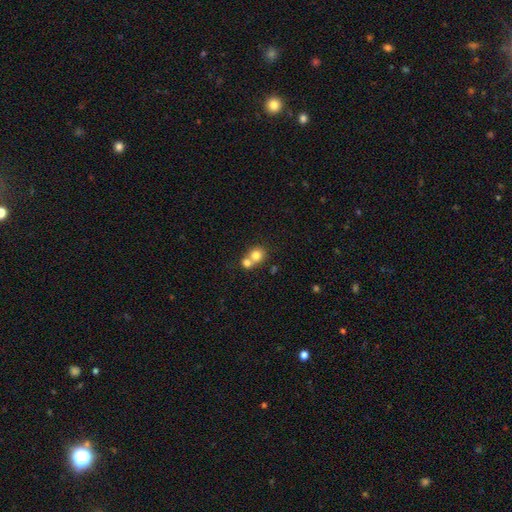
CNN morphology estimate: Smooth or featured?
  - smooth: 77% *
  - featured or disk: 13%
  - star or artifact: 10%
How rounded?
  - round: 80% *
  - in between: 19%
  - cigar-shaped: 1%
Merging?
  - merger: 61% *
  - none: 32%
  - minor disturbance: 5%
  - major disturbance: 2%